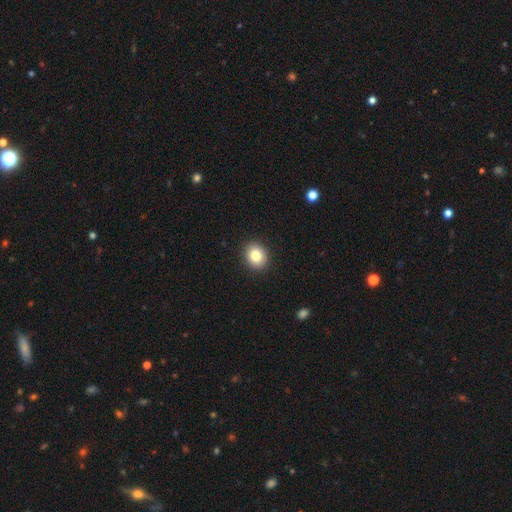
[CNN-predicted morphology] This appears to be a smooth galaxy with no disk features (83%) that is round (65%). Merging: none (91%).